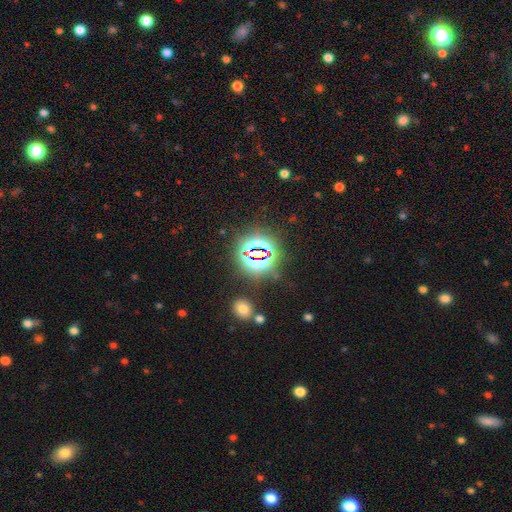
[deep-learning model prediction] star or artifact 78%, smooth 14%, featured or disk 8%.